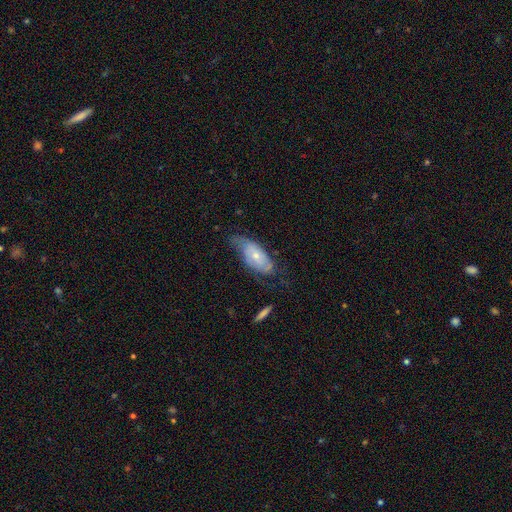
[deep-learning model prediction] Morphology: type=featured or disk (52%); edge-on=no (87%); merging=none (45%).